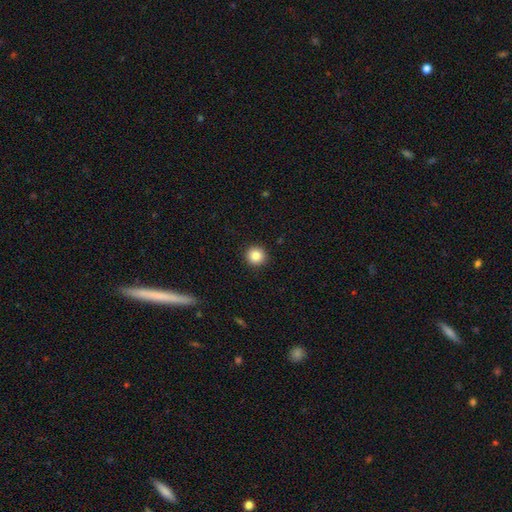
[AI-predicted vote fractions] A smooth galaxy with no disk features (85%) that is round (95%).

Vote fractions:
- Smooth or featured? smooth: 85% / star or artifact: 10% / featured or disk: 5%
- How rounded? round: 95% / in between: 4% / cigar-shaped: 1%
- Merging? none: 93% / minor disturbance: 5% / major disturbance: 2% / merger: 1%